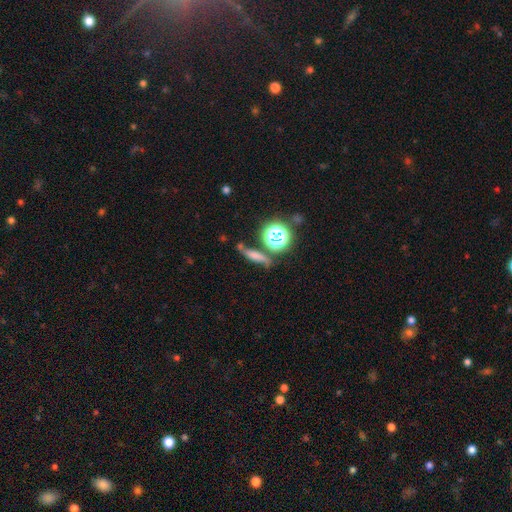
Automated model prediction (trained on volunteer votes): A smooth galaxy with no disk features (52%) that is cigar-shaped (61%).

Vote fractions:
- Smooth or featured? smooth: 52% / featured or disk: 24% / star or artifact: 24%
- How rounded? cigar-shaped: 61% / in between: 22% / round: 17%
- Merging? none: 64% / minor disturbance: 17% / merger: 11% / major disturbance: 7%